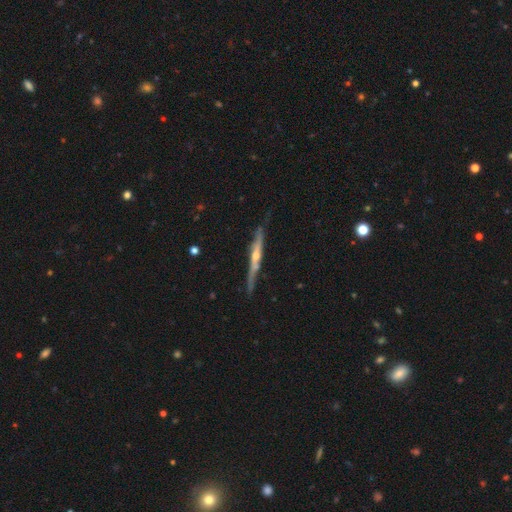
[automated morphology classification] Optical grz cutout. It shows a featured or disk galaxy (80%) viewed edge-on (96%) with a rounded central bulge (80%). Merging: none (78%).